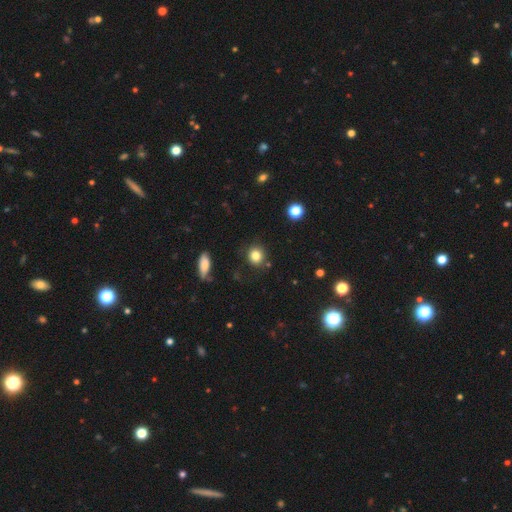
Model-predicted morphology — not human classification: Smooth or featured: smooth — 83% (star or artifact — 11%)
How rounded: round — 83% (in between — 16%)
Merging: none — 86% (minor disturbance — 9%)